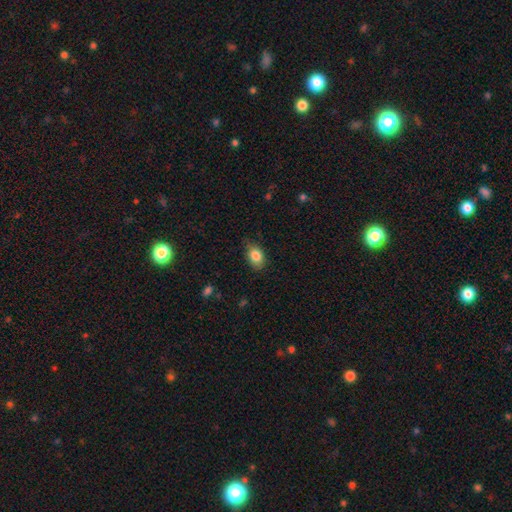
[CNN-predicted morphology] Overall: smooth (84%). How rounded: in between (79%). Merging: none (73%).